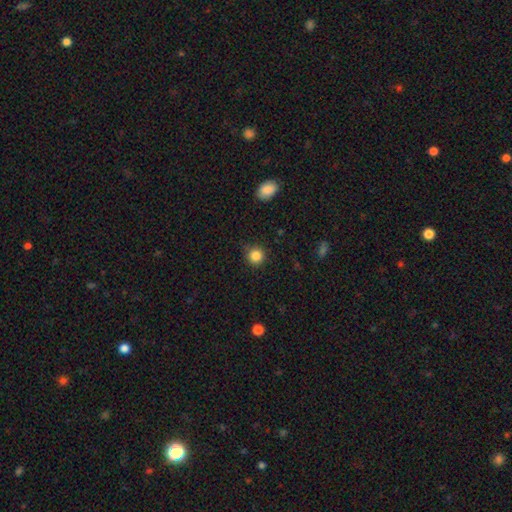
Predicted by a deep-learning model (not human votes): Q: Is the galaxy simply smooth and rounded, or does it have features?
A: smooth — 85%.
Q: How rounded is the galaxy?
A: round — 93%.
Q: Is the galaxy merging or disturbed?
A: none — 85%.